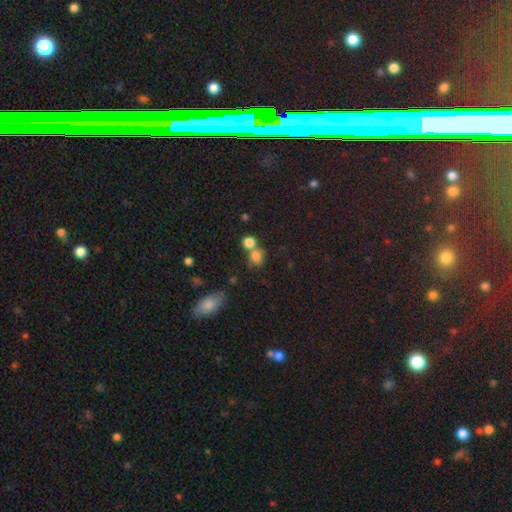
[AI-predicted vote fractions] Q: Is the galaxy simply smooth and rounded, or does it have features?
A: smooth — 77%.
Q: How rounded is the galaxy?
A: round — 64%.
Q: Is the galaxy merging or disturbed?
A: merger — 43%.